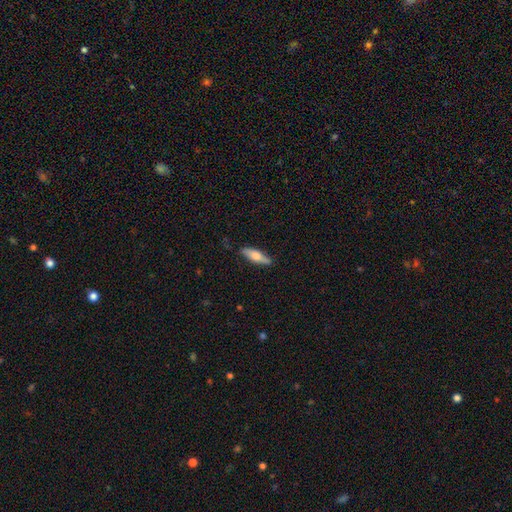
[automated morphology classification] Overall: smooth (60%; featured or disk 35%). How rounded: cigar-shaped (57%; in between 41%). Merging: none (82%).